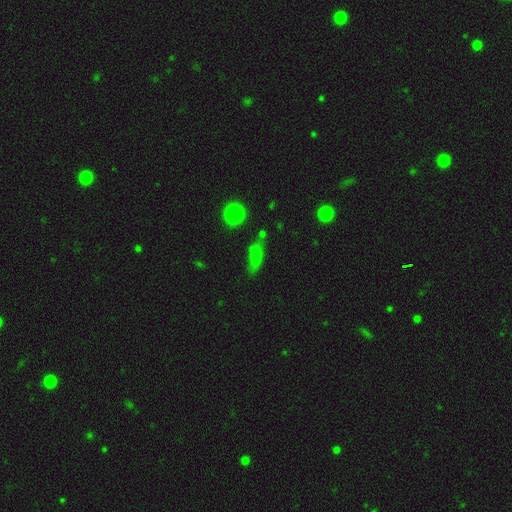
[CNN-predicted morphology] The model was most divided on "how rounded": in between: 66%, cigar-shaped: 27%, round: 6%. More confident: smooth or featured — smooth (67%); merging — none (63%).